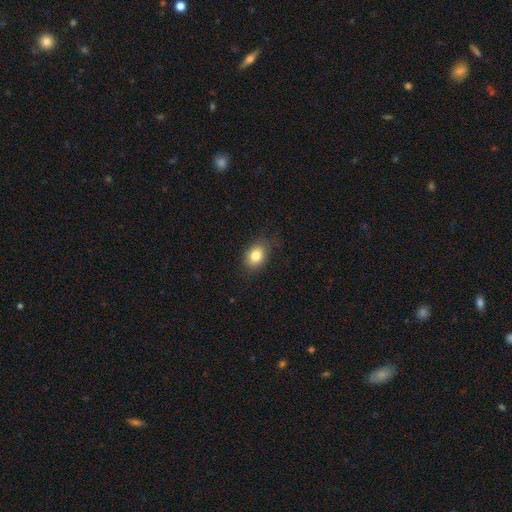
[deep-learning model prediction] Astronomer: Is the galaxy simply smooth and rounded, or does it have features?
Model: smooth — 81%.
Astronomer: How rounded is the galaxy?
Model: in between — 70%.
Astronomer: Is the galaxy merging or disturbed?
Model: none — 82%.